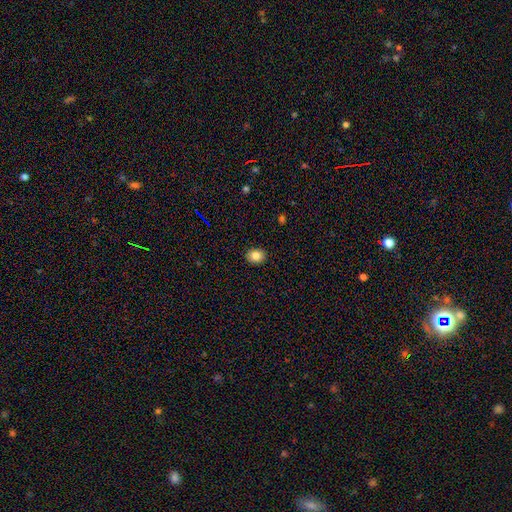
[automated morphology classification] Overall: smooth (84%). How rounded: round (57%; in between 42%). Merging: none (91%).